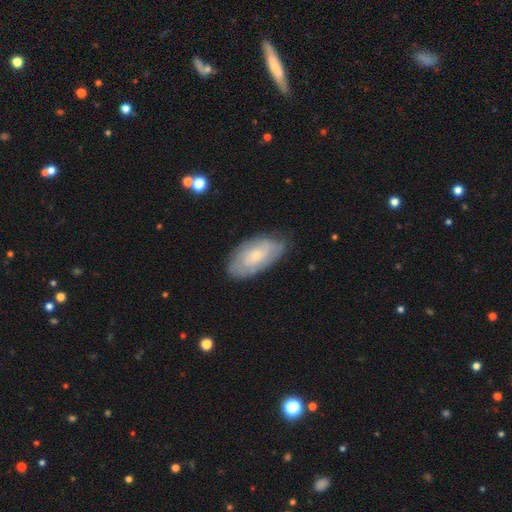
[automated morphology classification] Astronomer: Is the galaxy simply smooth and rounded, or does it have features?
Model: featured or disk — 55% (runner-up: smooth, 39%).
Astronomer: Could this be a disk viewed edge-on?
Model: no — 92%.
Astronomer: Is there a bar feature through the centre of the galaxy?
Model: no — 75%.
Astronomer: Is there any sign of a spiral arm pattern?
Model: yes — 74%.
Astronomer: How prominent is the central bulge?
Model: small — 73%.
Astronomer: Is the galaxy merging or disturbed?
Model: none — 75%.